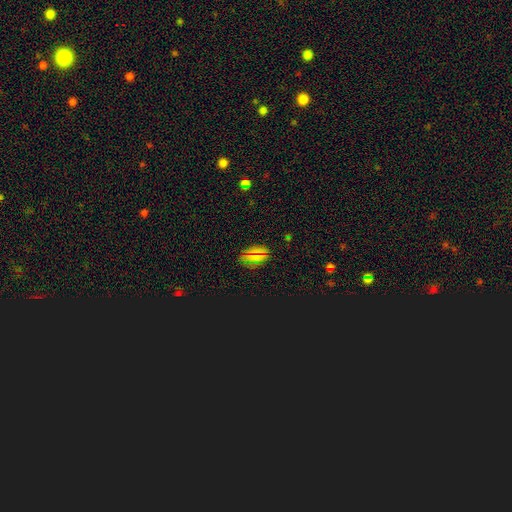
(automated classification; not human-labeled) This appears to be a smooth galaxy with no disk features (56%) that is in between round and cigar-shaped (73%). Merging: none (83%).